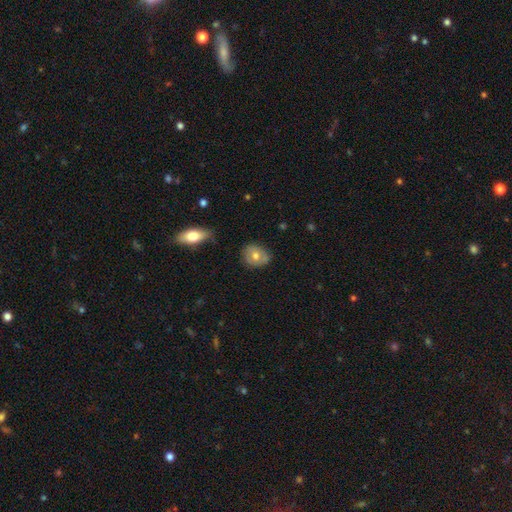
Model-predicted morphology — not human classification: smooth 64%, featured or disk 28%, star or artifact 8%. Down the decision tree: how rounded — round (58%); merging — none (74%).